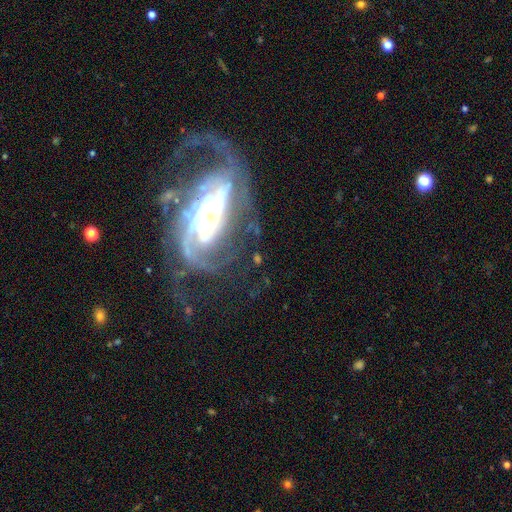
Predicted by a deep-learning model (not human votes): A featured or disk galaxy (87%) with no bar (48%), 2 (43%) tight (44%) spiral arms (96%) and a small central bulge (48%).

Vote fractions:
- Smooth or featured? featured or disk: 87% / star or artifact: 7% / smooth: 6%
- Edge-on disk? no: 96% / yes: 4%
- Bar? no: 48% / weak: 27% / strong: 25%
- Spiral arms? yes: 96% / no: 4%
- Spiral winding? tight: 44% / medium: 39% / loose: 17%
- Spiral arm count? 2: 43% / 3: 18% / can't tell: 18% / 4: 8% / 1: 7% / more than 4: 7%
- Bulge size? small: 48% / moderate: 20% / large: 15% / none: 12% / dominant: 5%
- Merging? none: 54% / major disturbance: 26% / minor disturbance: 17% / merger: 4%